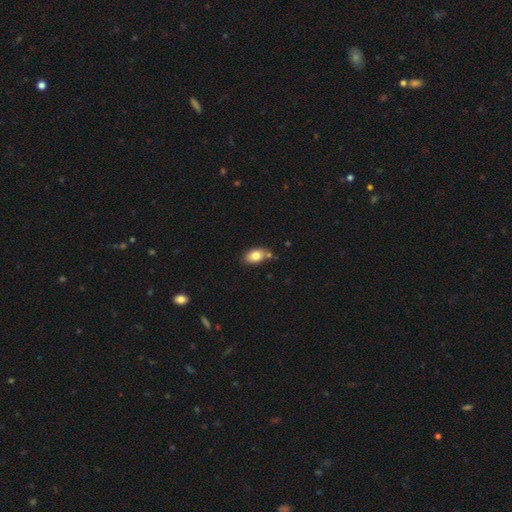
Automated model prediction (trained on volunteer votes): smooth_or_featured: smooth (p=0.79) [alt: featured or disk p=0.13]
how_rounded: in between (p=0.87) [alt: round p=0.11]
merging: none (p=0.71) [alt: minor disturbance p=0.17]